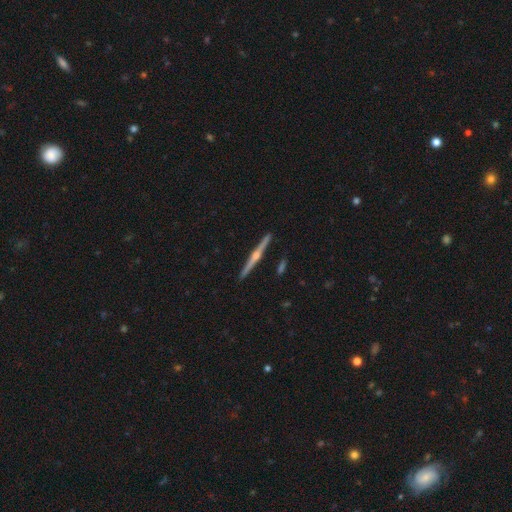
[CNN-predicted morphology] Smooth or featured?
  - featured or disk: 84% *
  - smooth: 12%
  - star or artifact: 5%
Edge-on disk?
  - yes: 99% *
  - no: 1%
Edge-on bulge?
  - rounded: 93% *
  - none: 4%
  - boxy: 3%
Merging?
  - none: 93% *
  - minor disturbance: 5%
  - merger: 1%
  - major disturbance: 1%